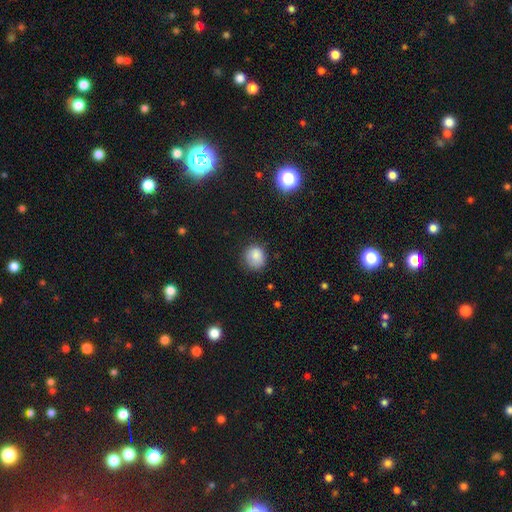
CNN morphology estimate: Q: Smooth or featured?
A: smooth (83%); runner-up: star or artifact (11%)
Q: How rounded?
A: round (80%); runner-up: in between (19%)
Q: Merging?
A: none (72%); runner-up: minor disturbance (21%)